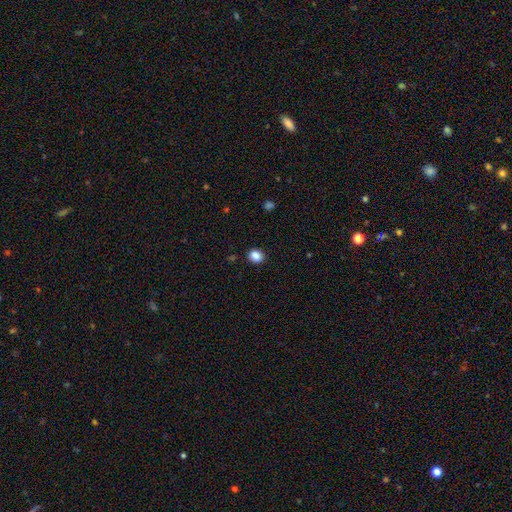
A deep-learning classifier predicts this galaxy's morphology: smooth 86%, star or artifact 10%, featured or disk 4%. Down the decision tree: how rounded — round (64%); merging — none (90%).